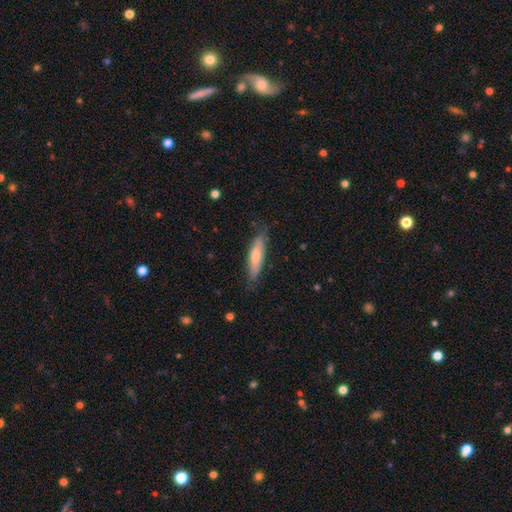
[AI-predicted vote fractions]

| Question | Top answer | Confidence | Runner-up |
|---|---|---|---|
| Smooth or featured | smooth | 51% | featured or disk (41%) |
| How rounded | cigar-shaped | 79% | in between (19%) |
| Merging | none | 79% | minor disturbance (16%) |